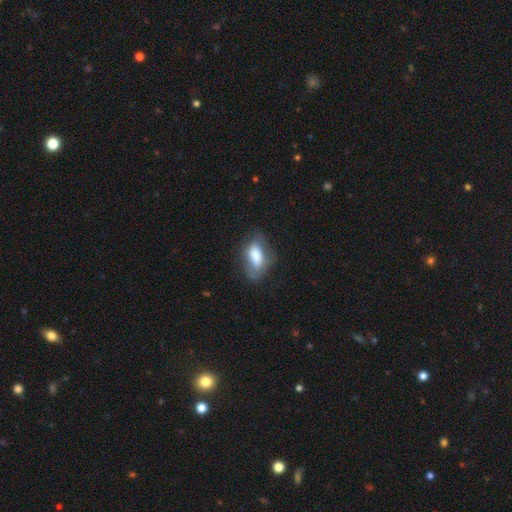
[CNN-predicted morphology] This appears to be a smooth galaxy with no disk features (70%) that is in between round and cigar-shaped (87%). Merging: none (60%).